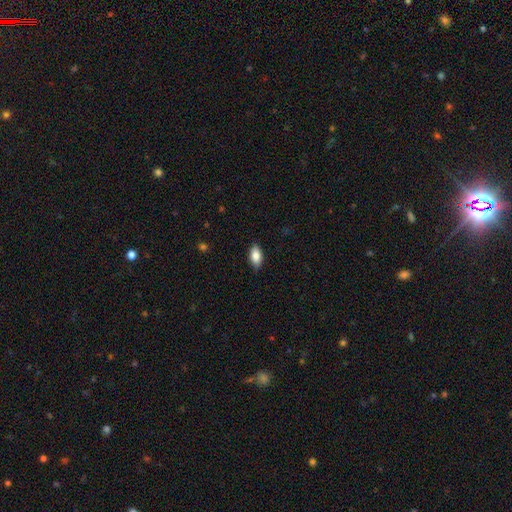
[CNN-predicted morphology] Overall: smooth (82%). How rounded: in between (90%). Merging: none (86%).